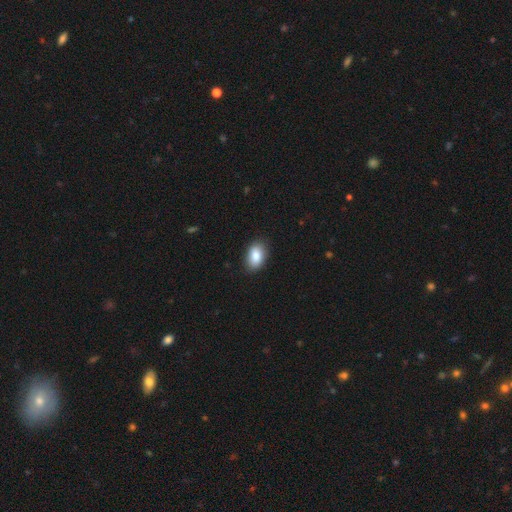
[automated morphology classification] Q: Smooth or featured?
A: smooth (86%); runner-up: star or artifact (7%)
Q: How rounded?
A: in between (89%); runner-up: round (9%)
Q: Merging?
A: none (86%); runner-up: minor disturbance (11%)